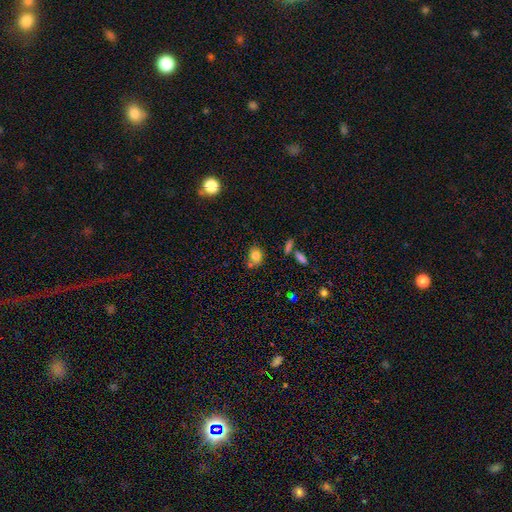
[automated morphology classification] Overall: smooth (78%). How rounded: round (64%; in between 35%). Merging: none (69%).